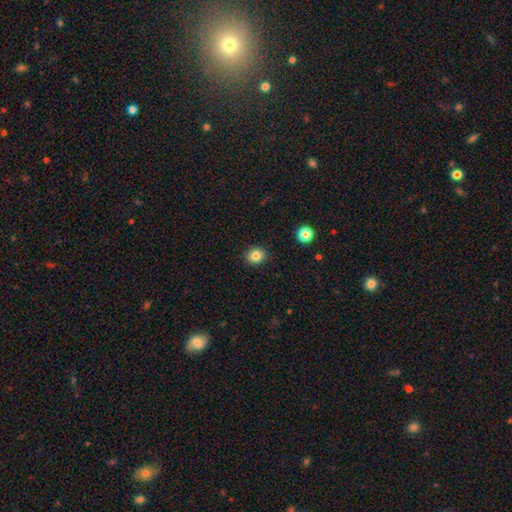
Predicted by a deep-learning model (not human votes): Smooth or featured? smooth (84%)
How rounded? round (69%)
Merging? none (90%)